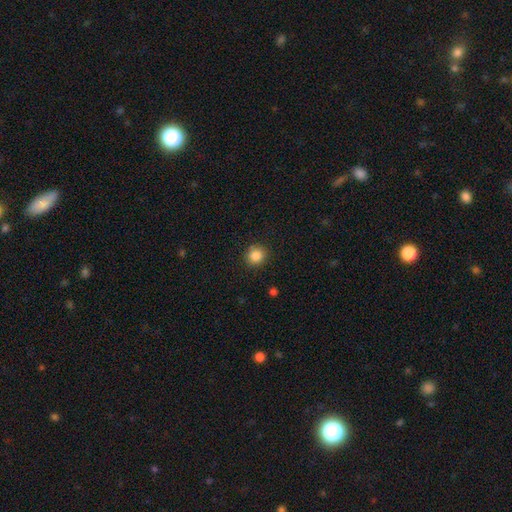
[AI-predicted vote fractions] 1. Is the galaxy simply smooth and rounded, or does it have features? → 86% smooth, 10% star or artifact, 4% featured or disk.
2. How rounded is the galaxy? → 90% round, 9% in between, 1% cigar-shaped.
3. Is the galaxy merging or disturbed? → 90% none, 7% minor disturbance, 2% major disturbance, 1% merger.